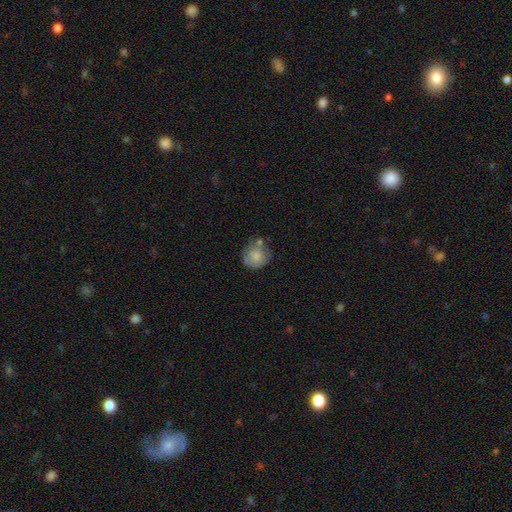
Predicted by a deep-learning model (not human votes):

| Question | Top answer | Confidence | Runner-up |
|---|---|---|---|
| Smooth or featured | smooth | 77% | featured or disk (15%) |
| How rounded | round | 82% | in between (18%) |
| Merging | none | 57% | minor disturbance (23%) |